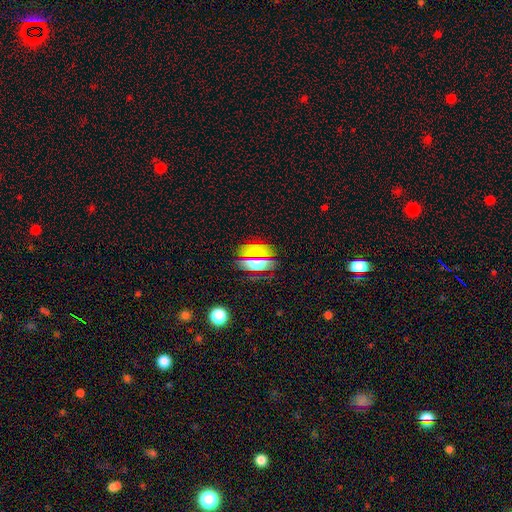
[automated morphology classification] smooth 61%, star or artifact 22%, featured or disk 17%. Down the decision tree: how rounded — in between (73%); merging — none (81%).